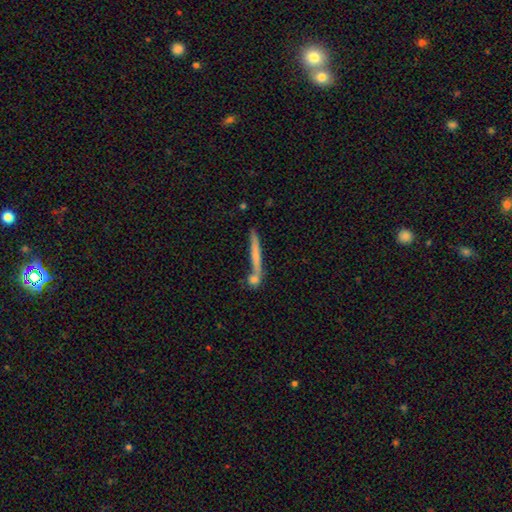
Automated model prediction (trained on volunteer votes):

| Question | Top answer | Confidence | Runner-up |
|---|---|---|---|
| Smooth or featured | smooth | 53% | featured or disk (39%) |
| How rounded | cigar-shaped | 94% | in between (4%) |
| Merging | none | 64% | merger (20%) |